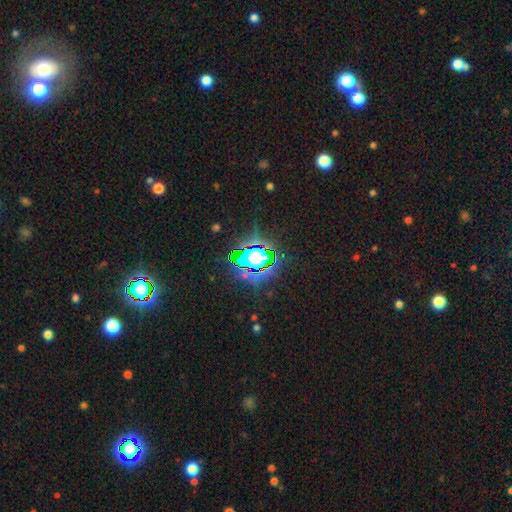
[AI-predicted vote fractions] The model was most divided on "smooth or featured": star or artifact: 70%, smooth: 18%, featured or disk: 11%.